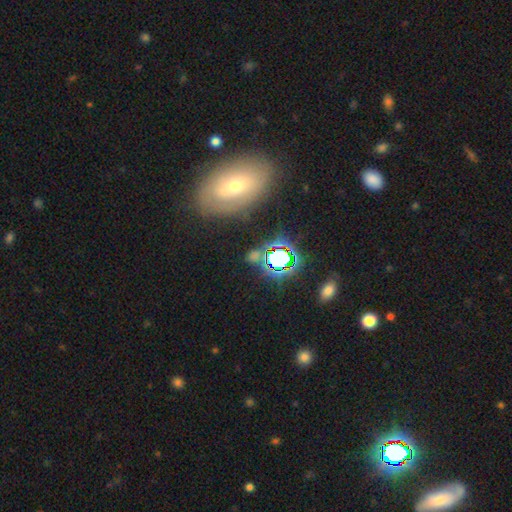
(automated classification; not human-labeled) Q: Smooth or featured?
A: star or artifact (49%); runner-up: smooth (34%)